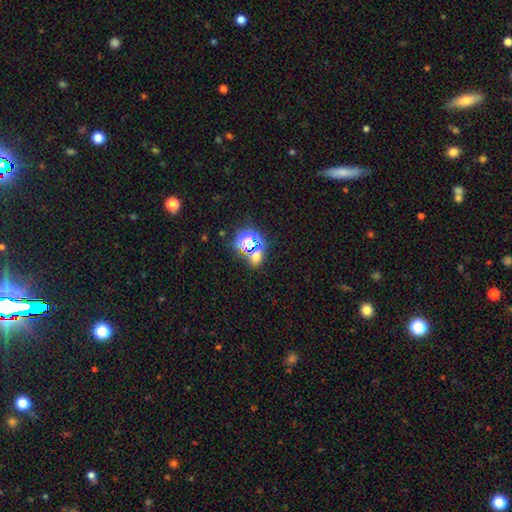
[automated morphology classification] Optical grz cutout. It shows a star or artifact, not a galaxy (55%).